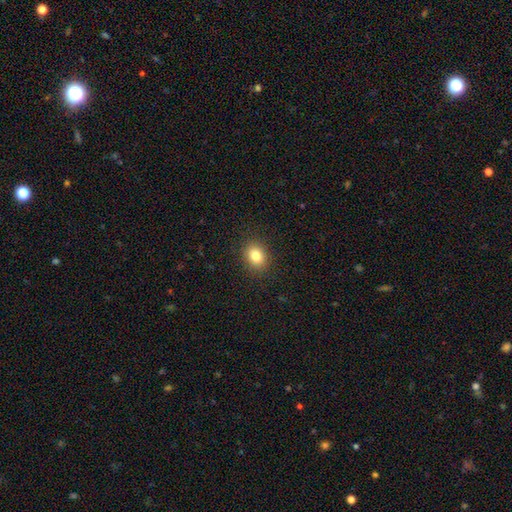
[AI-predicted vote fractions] Overall: smooth (82%). How rounded: round (50%; in between 49%). Merging: none (90%).